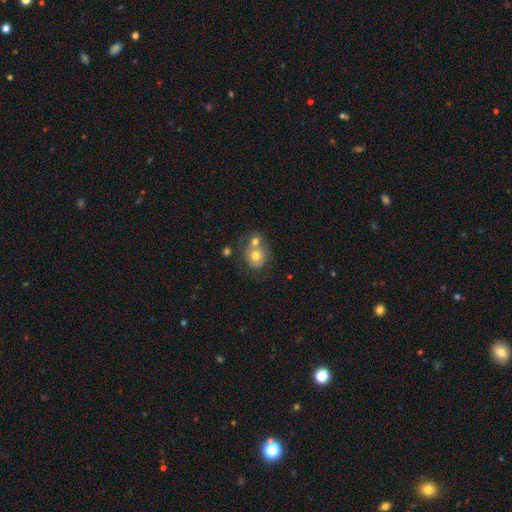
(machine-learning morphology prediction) The model was most divided on "merging": merger: 53%, none: 31%, minor disturbance: 10%, major disturbance: 6%. More confident: how rounded — round (76%); smooth or featured — smooth (67%).